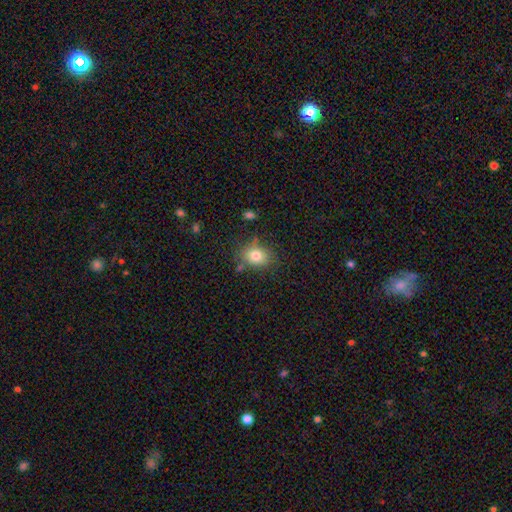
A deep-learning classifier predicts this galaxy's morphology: Smooth or featured? smooth (81%)
How rounded? in between (57%)
Merging? none (72%)